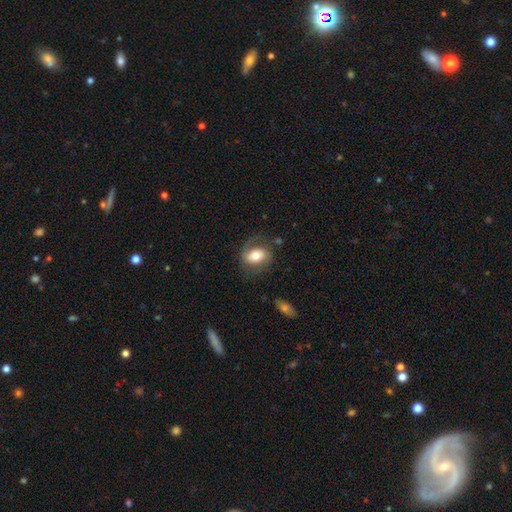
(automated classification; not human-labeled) This is possibly a smooth galaxy (48%). Merging: likely none (60%).